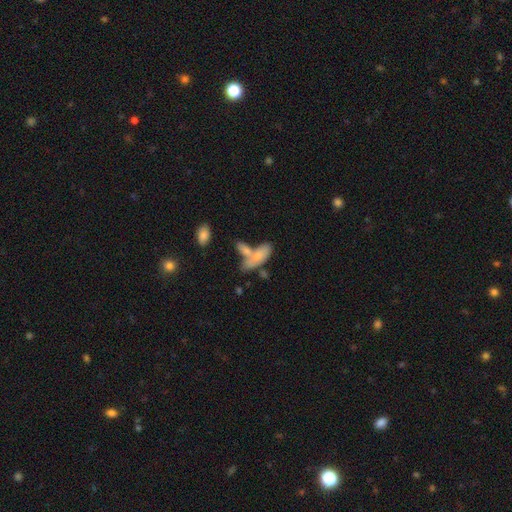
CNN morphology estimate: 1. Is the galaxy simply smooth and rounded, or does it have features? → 70% smooth, 22% featured or disk, 7% star or artifact.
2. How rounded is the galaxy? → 71% in between, 26% cigar-shaped, 3% round.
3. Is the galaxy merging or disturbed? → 47% merger, 34% none, 14% minor disturbance, 6% major disturbance.